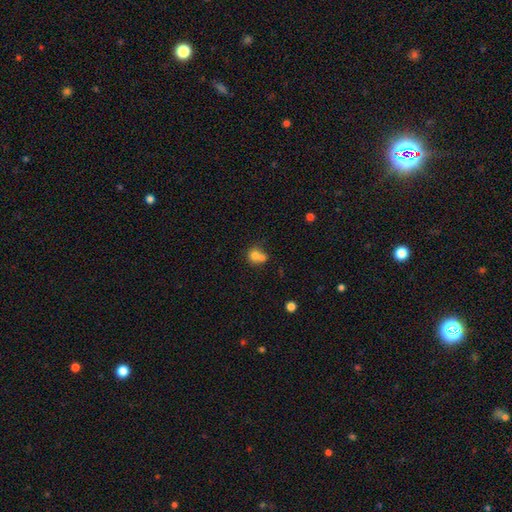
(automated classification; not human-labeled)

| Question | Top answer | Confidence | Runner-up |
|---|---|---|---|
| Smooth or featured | smooth | 74% | featured or disk (15%) |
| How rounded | round | 79% | in between (20%) |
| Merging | merger | 56% | none (33%) |